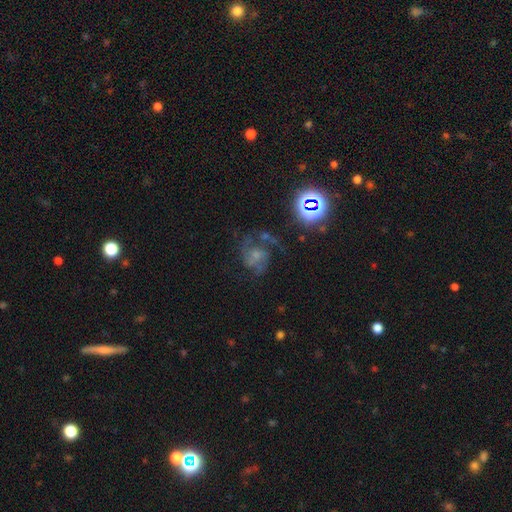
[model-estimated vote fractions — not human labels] featured or disk 60%, smooth 21%, star or artifact 19%. Down the decision tree: edge-on disk — no (98%); bar — no (71%); spiral arms — yes (83%); bulge size — moderate (34%); merging — none (47%).